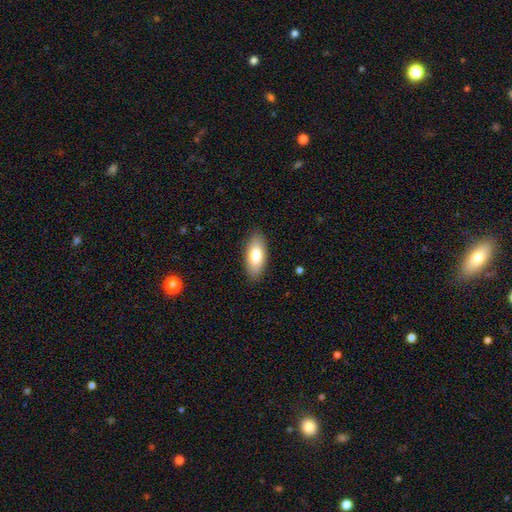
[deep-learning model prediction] Overall: smooth (79%). How rounded: in between (87%). Merging: none (87%).